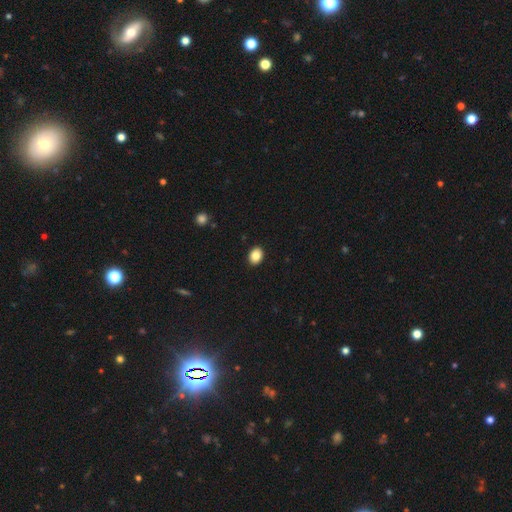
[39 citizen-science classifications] A smooth galaxy with no disk features (92%) that is in between round and cigar-shaped (72%). Merging: none (86%).